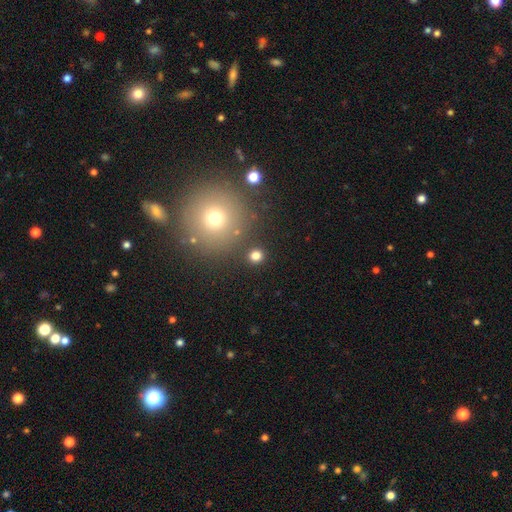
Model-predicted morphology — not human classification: Overall: smooth (78%). How rounded: round (89%). Merging: none (86%).